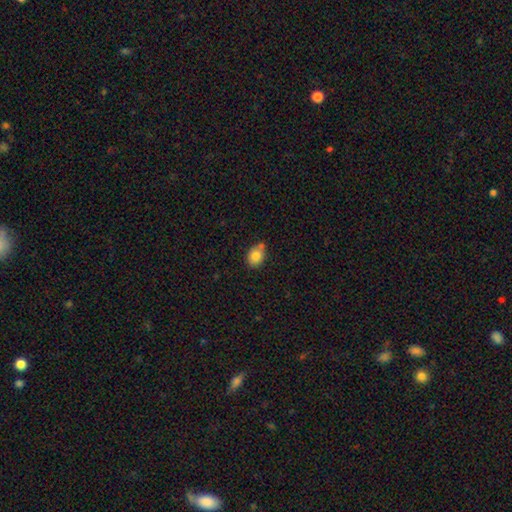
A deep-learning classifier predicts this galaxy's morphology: This appears to be a smooth galaxy with no disk features (82%) that is in between round and cigar-shaped (59%). Merging: none (62%).